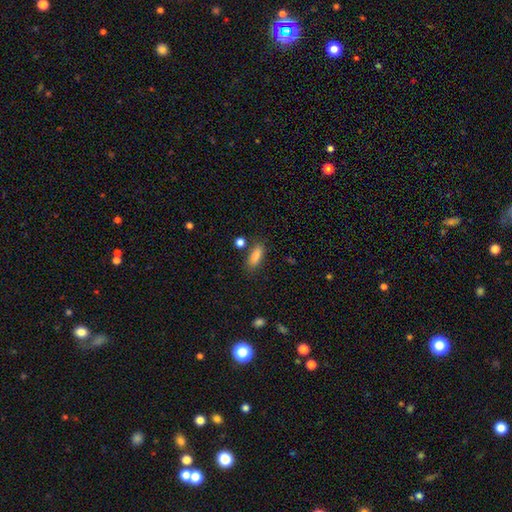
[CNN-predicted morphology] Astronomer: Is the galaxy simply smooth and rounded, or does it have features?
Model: smooth — 86%.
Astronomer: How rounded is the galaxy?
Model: in between — 72%.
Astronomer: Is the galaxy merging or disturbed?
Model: none — 75%.